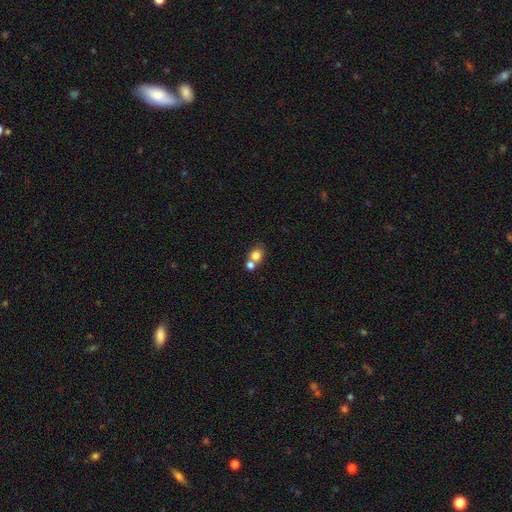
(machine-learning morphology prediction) A smooth galaxy with no disk features (79%) that is round (67%). Merging: merger (49%).